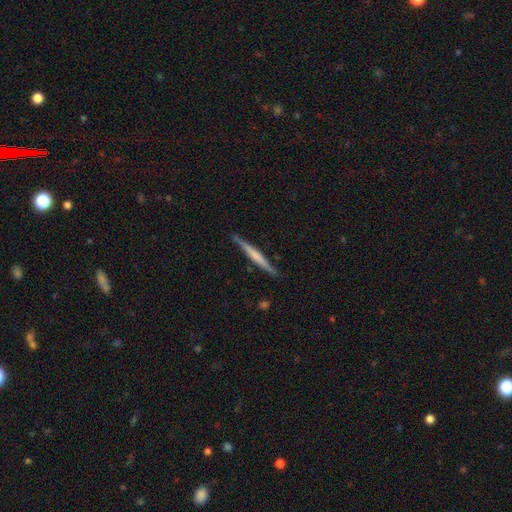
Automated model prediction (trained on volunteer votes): Smooth or featured? Predicted: featured or disk (p=0.55). Edge-on disk? Predicted: yes (p=0.97). Edge-on bulge? Predicted: none (p=0.52). Merging? Predicted: none (p=0.87).